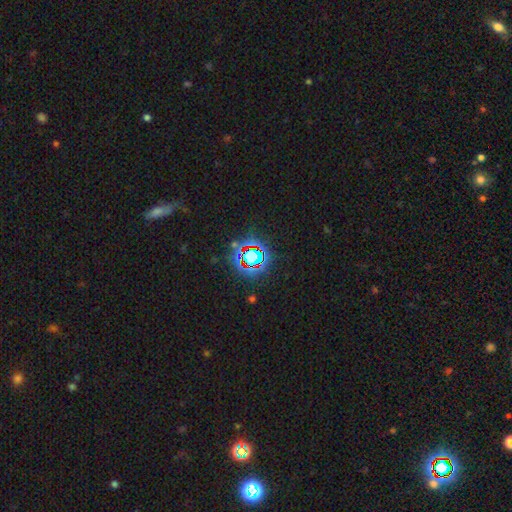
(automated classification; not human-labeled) Q: Smooth or featured?
A: star or artifact (75%); runner-up: smooth (16%)